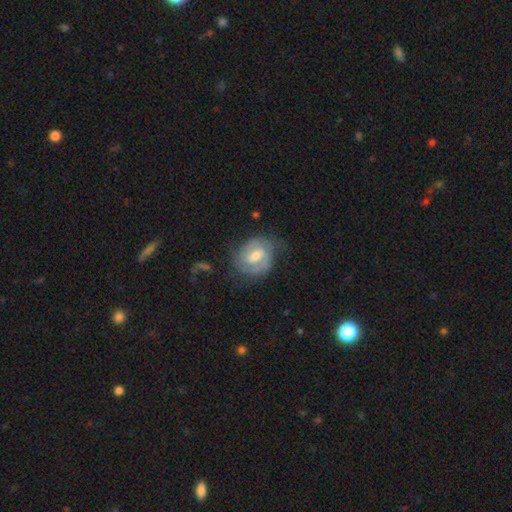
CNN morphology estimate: smooth-or-featured: featured or disk: 79% | smooth: 16% | star or artifact: 6%
  disk-edge-on: no: 97% | yes: 3%
    bar: weak: 59% | strong: 22% | no: 19%
    has-spiral-arms: yes: 93% | no: 7%
      spiral-winding: tight: 47% | medium: 41% | loose: 12%
      spiral-arm-count: 2: 74% | can't tell: 13% | 3: 7% | 1: 3% | 4: 2% | more than 4: 2%
    bulge-size: moderate: 60% | small: 29% | large: 7% | none: 3% | dominant: 1%
  merging: none: 66% | minor disturbance: 22% | major disturbance: 10% | merger: 2%